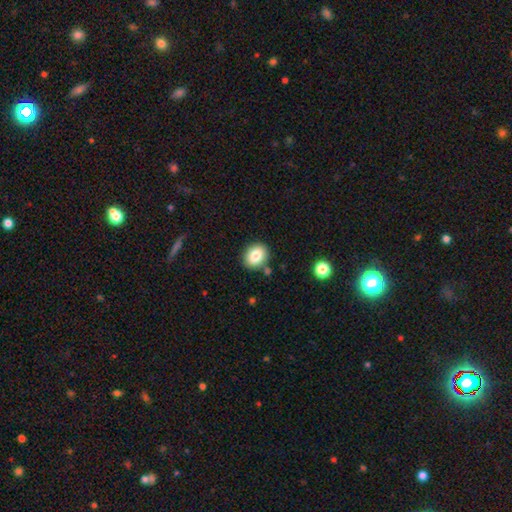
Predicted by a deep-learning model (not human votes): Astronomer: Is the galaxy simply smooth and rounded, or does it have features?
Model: smooth — 82%.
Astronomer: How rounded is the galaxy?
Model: round — 53% (runner-up: in between, 46%).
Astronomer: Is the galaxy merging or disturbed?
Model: none — 83%.